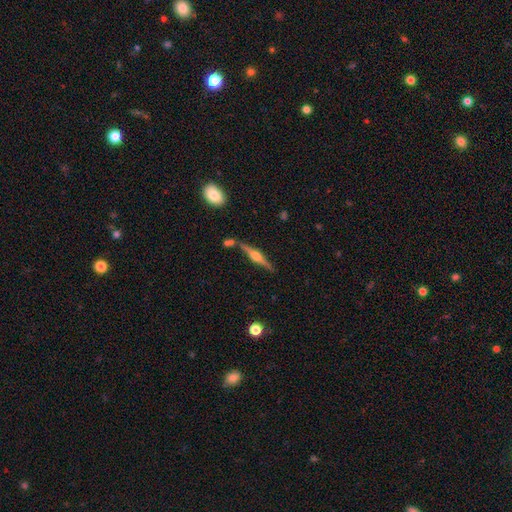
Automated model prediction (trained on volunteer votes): Smooth or featured?
  - featured or disk: 79% *
  - smooth: 15%
  - star or artifact: 6%
Edge-on disk?
  - yes: 97% *
  - no: 3%
Edge-on bulge?
  - rounded: 86% *
  - boxy: 11%
  - none: 3%
Merging?
  - none: 80% *
  - minor disturbance: 11%
  - merger: 6%
  - major disturbance: 3%